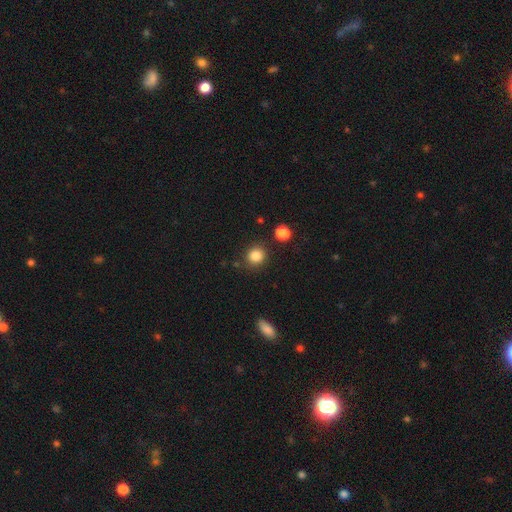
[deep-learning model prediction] Smooth or featured? smooth (85%)
How rounded? round (86%)
Merging? none (85%)